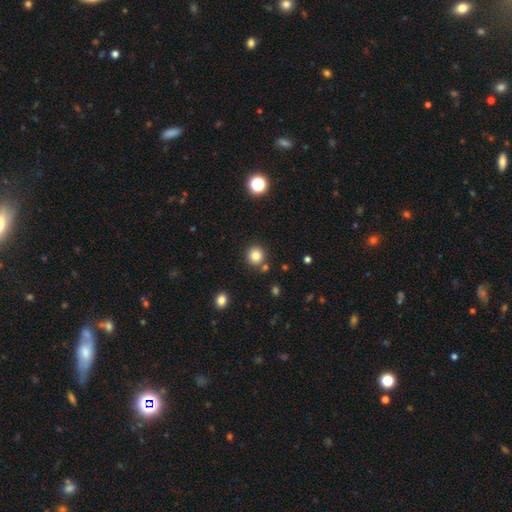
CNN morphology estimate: The model was most divided on "smooth or featured": smooth: 82%, star or artifact: 12%, featured or disk: 6%. More confident: how rounded — round (92%); merging — none (83%).